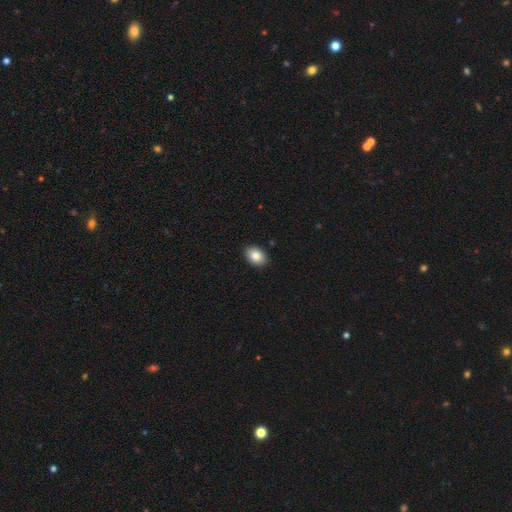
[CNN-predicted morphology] This is clearly a smooth galaxy (84%). How rounded: clearly in between (84%). Merging: clearly none (90%).